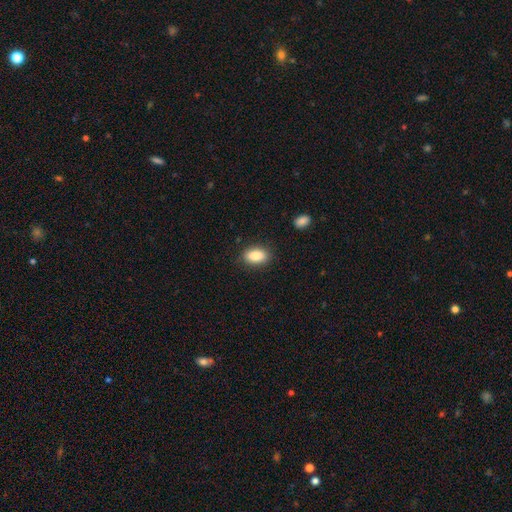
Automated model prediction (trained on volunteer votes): Smooth or featured? smooth (86%)
How rounded? in between (89%)
Merging? none (86%)